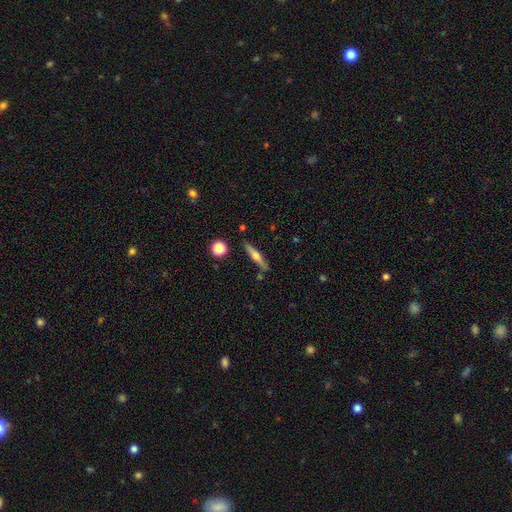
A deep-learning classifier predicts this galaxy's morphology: A featured or disk galaxy (57%) viewed edge-on (96%) with a rounded central bulge (88%). Merging: none (84%).